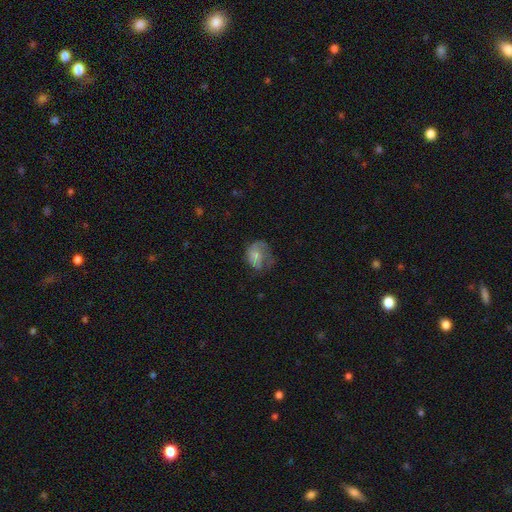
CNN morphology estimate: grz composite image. It shows a smooth galaxy with no disk features (54%) that is in between round and cigar-shaped (58%). Merging: major disturbance (39%).